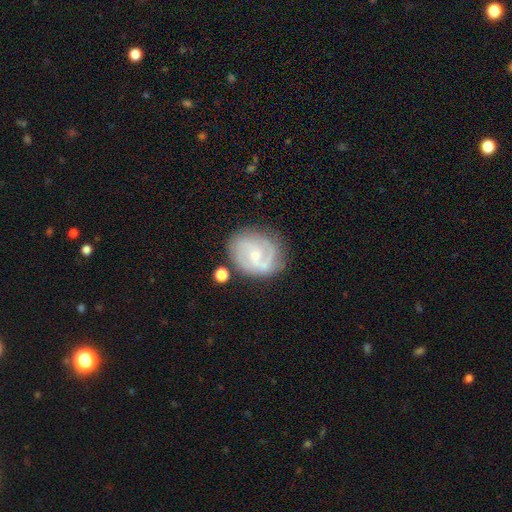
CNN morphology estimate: Smooth or featured: featured or disk — 77% (smooth — 17%)
Edge-on disk: no — 98% (yes — 2%)
Bar: no — 50% (weak — 43%)
Spiral arms: yes — 91% (no — 9%)
Spiral winding: medium — 44% (tight — 40%)
Spiral arm count: 2 — 59% (can't tell — 19%)
Bulge size: small — 61% (moderate — 34%)
Merging: none — 69% (minor disturbance — 19%)